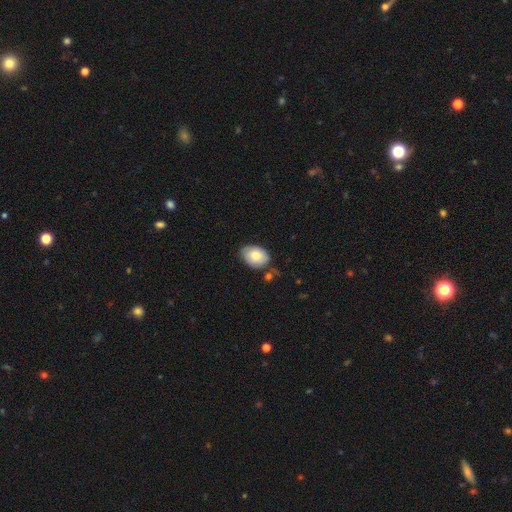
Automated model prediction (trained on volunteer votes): smooth 80%, featured or disk 14%, star or artifact 7%. Down the decision tree: how rounded — in between (81%); merging — none (70%).